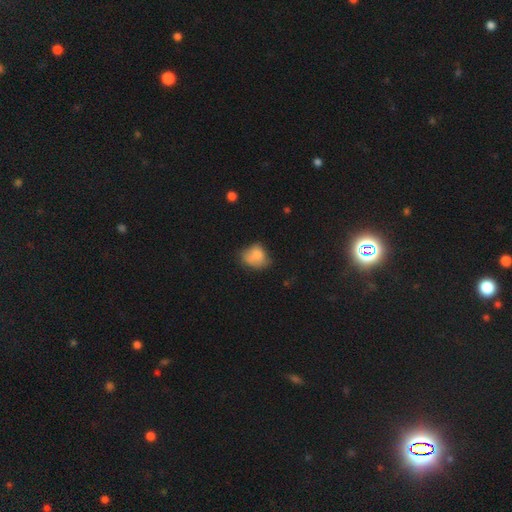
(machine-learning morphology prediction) Smooth or featured? Predicted: smooth (p=0.76). How rounded? Predicted: in between (p=0.54). Merging? Predicted: none (p=0.40).